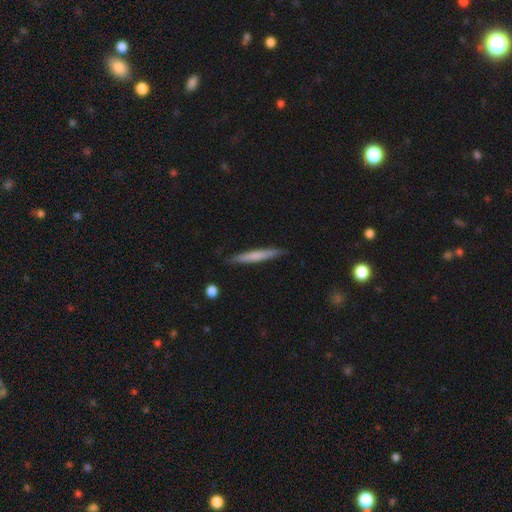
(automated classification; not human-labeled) Overall: smooth (64%; featured or disk 31%). How rounded: cigar-shaped (95%). Merging: none (87%).